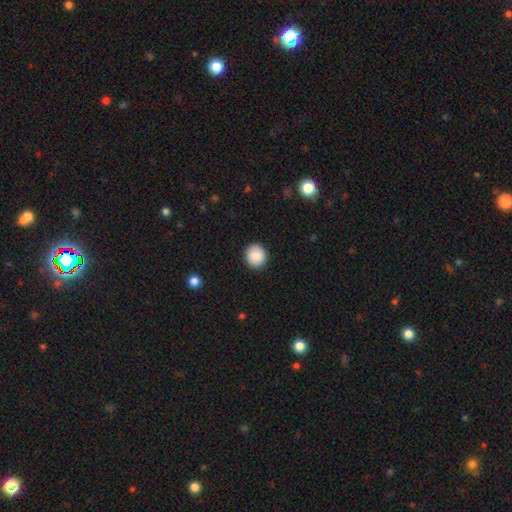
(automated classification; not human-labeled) Smooth or featured?
  - smooth: 87% *
  - star or artifact: 7%
  - featured or disk: 6%
How rounded?
  - round: 89% *
  - in between: 10%
  - cigar-shaped: 1%
Merging?
  - none: 91% *
  - minor disturbance: 6%
  - major disturbance: 2%
  - merger: 1%